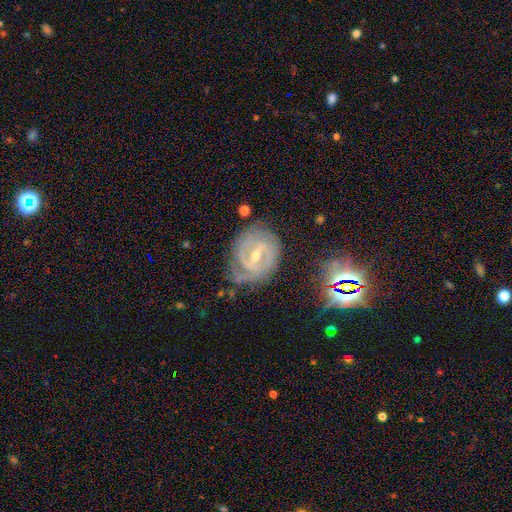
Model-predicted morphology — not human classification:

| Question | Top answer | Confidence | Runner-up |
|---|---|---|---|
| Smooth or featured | featured or disk | 88% | star or artifact (7%) |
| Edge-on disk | no | 97% | yes (3%) |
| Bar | weak | 48% | strong (38%) |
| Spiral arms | yes | 97% | no (3%) |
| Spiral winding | tight | 67% | medium (28%) |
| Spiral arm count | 2 | 58% | 3 (16%) |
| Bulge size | moderate | 50% | small (47%) |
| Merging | none | 69% | minor disturbance (21%) |